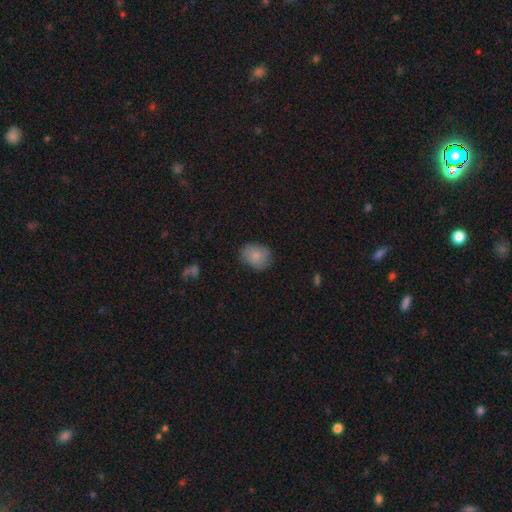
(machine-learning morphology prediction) A smooth galaxy with no disk features (80%) that is in between round and cigar-shaped (56%).

Vote fractions:
- Smooth or featured? smooth: 80% / featured or disk: 13% / star or artifact: 7%
- How rounded? in between: 56% / round: 43% / cigar-shaped: 1%
- Merging? none: 73% / minor disturbance: 21% / major disturbance: 5% / merger: 1%